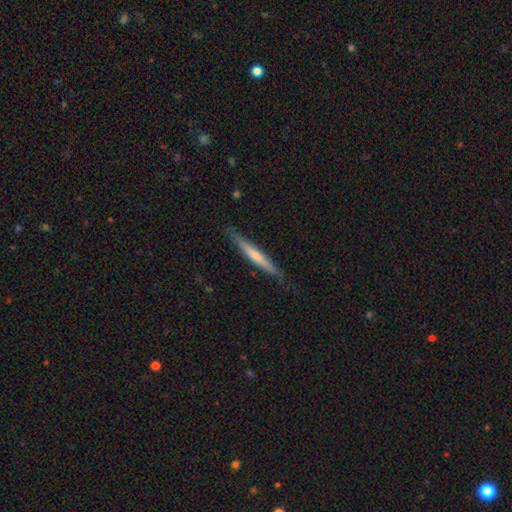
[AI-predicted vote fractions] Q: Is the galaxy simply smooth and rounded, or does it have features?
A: smooth — 50%.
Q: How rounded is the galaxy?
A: cigar-shaped — 95%.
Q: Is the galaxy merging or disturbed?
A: none — 84%.